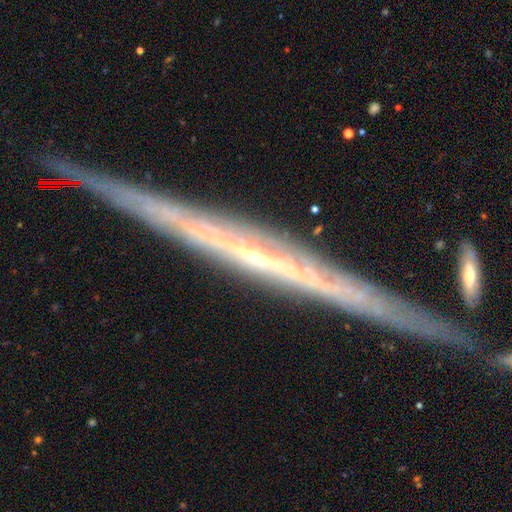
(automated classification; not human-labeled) smooth_or_featured: featured or disk (p=0.77) [alt: star or artifact p=0.12]
disk_edge_on: yes (p=0.96) [alt: no p=0.04]
edge_on_bulge: none (p=0.71) [alt: rounded p=0.23]
merging: none (p=0.85) [alt: minor disturbance p=0.10]